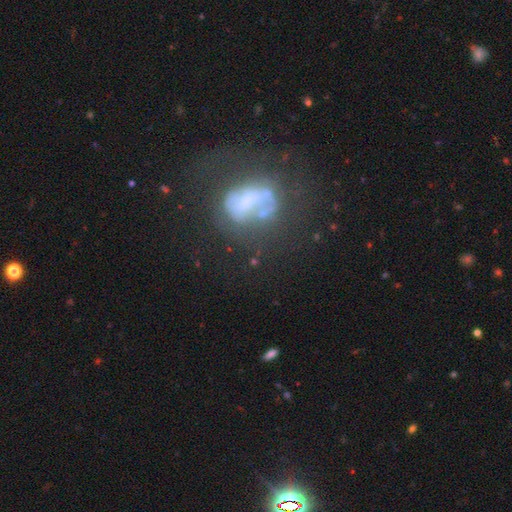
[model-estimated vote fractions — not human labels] Smooth or featured? featured or disk (58%)
Edge-on disk? no (92%)
Bar? no (55%)
Spiral arms? no (66%)
Bulge size? none (32%)
Merging? none (44%)